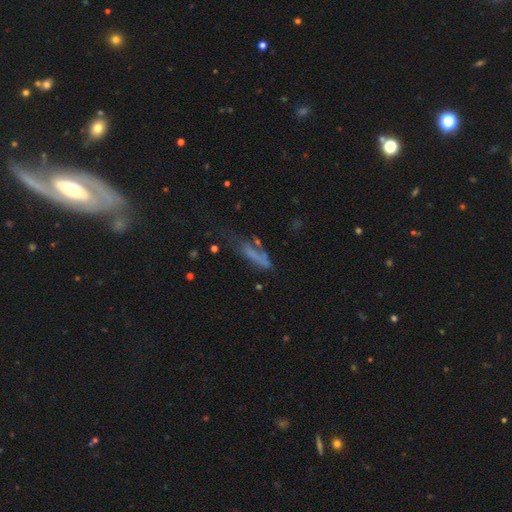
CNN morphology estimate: Smooth or featured?
  - smooth: 56% *
  - featured or disk: 29%
  - star or artifact: 15%
How rounded?
  - cigar-shaped: 64% *
  - in between: 33%
  - round: 3%
Merging?
  - none: 34% *
  - major disturbance: 31%
  - minor disturbance: 26%
  - merger: 9%